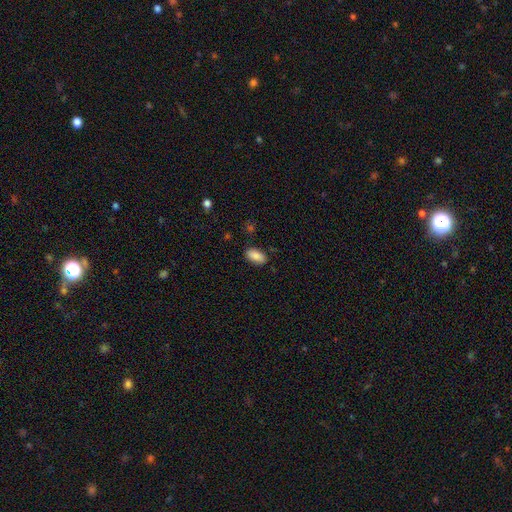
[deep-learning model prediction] A smooth galaxy with no disk features (88%) that is in between round and cigar-shaped (93%). Merging: none (85%).